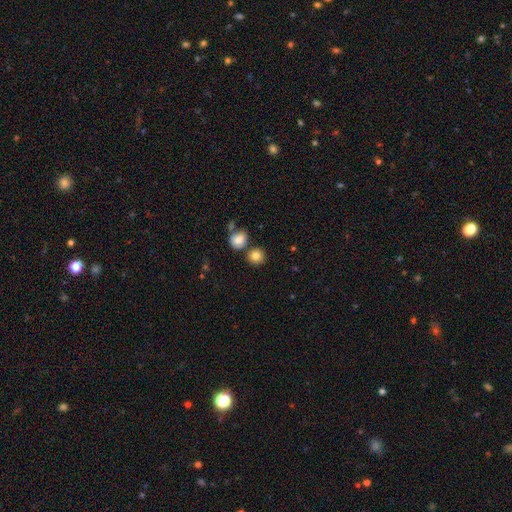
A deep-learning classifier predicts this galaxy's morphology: smooth-or-featured: smooth: 83% | star or artifact: 10% | featured or disk: 7%
  how-rounded: round: 86% | in between: 13% | cigar-shaped: 1%
  merging: none: 72% | merger: 17% | minor disturbance: 9% | major disturbance: 3%